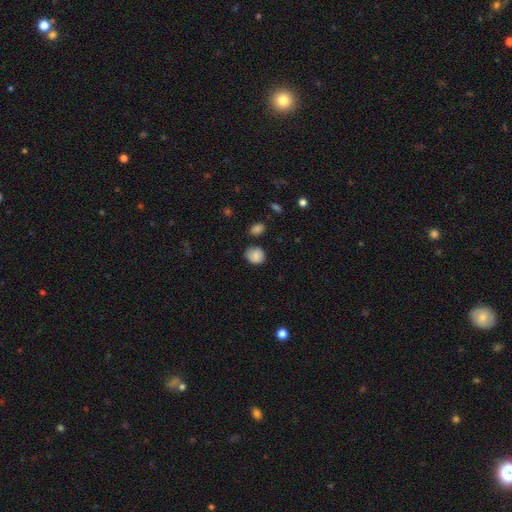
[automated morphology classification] type=smooth (84%); roundness=round (67%); merging=none (70%).